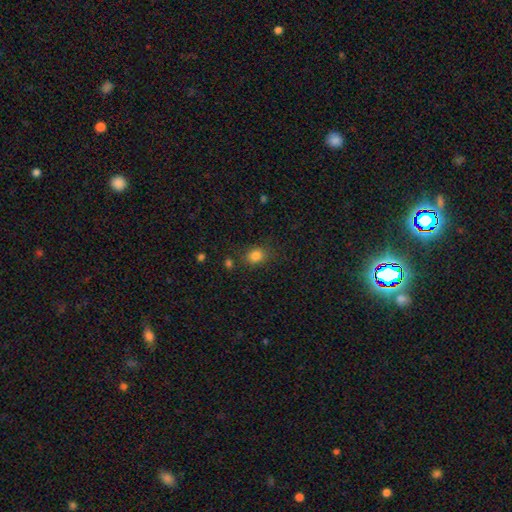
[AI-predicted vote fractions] smooth 82%, star or artifact 12%, featured or disk 5%. Down the decision tree: how rounded — round (61%); merging — none (78%).